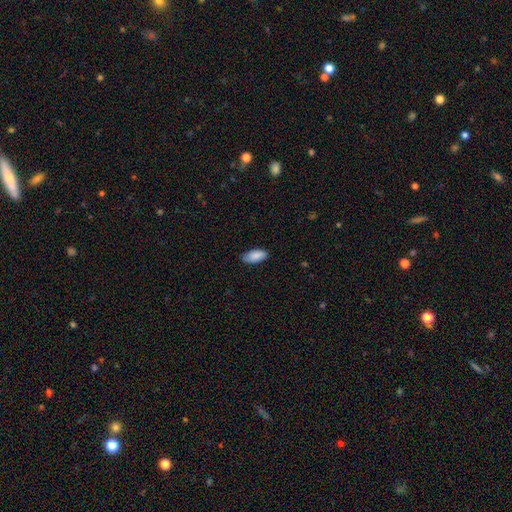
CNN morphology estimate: This appears to be a smooth galaxy with no disk features (89%) that is in between round and cigar-shaped (91%). Merging: none (80%).